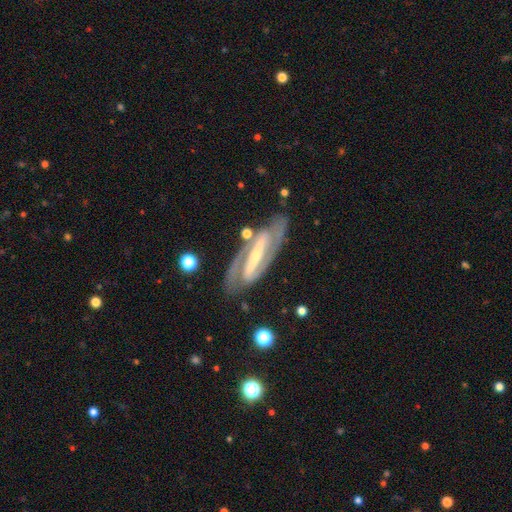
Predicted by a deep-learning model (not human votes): Smooth or featured? Predicted: featured or disk (p=0.90). Edge-on disk? Predicted: no (p=0.90). Bar? Predicted: strong (p=0.79). Spiral arms? Predicted: yes (p=0.96). Spiral winding? Predicted: medium (p=0.46). Spiral arm count? Predicted: 2 (p=0.92). Bulge size? Predicted: small (p=0.67). Merging? Predicted: none (p=0.81).